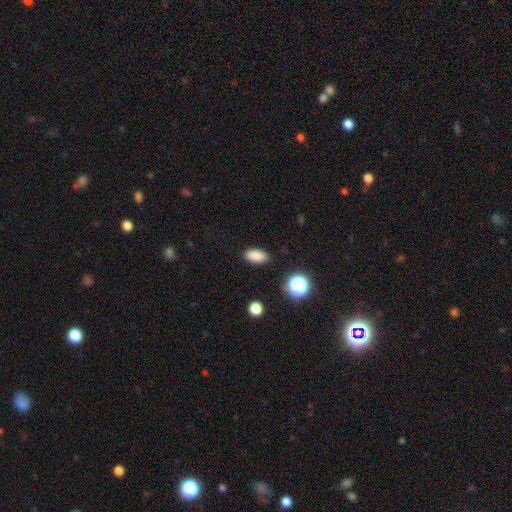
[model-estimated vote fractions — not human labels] A smooth galaxy with no disk features (86%) that is in between round and cigar-shaped (90%).

Vote fractions:
- Smooth or featured? smooth: 86% / star or artifact: 10% / featured or disk: 4%
- How rounded? in between: 90% / round: 6% / cigar-shaped: 4%
- Merging? none: 88% / minor disturbance: 9% / major disturbance: 2% / merger: 1%